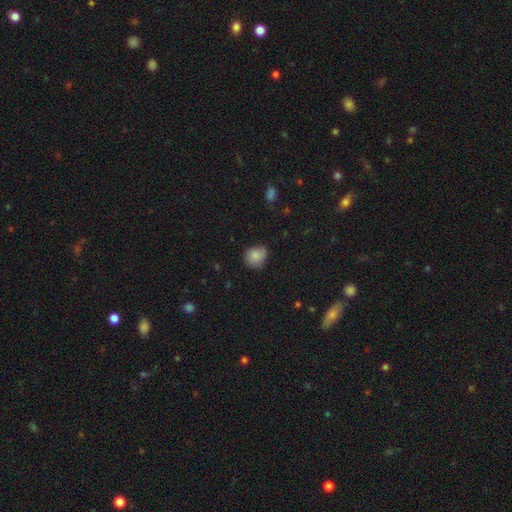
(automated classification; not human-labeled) The model was most divided on "merging": none: 70%, minor disturbance: 25%, major disturbance: 4%, merger: 1%. More confident: smooth or featured — smooth (83%); how rounded — round (77%).